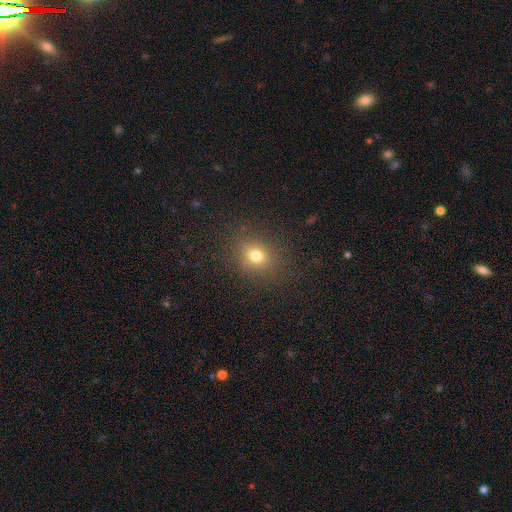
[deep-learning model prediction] This is likely a smooth galaxy (72%). How rounded: likely round (74%). Merging: clearly none (84%).